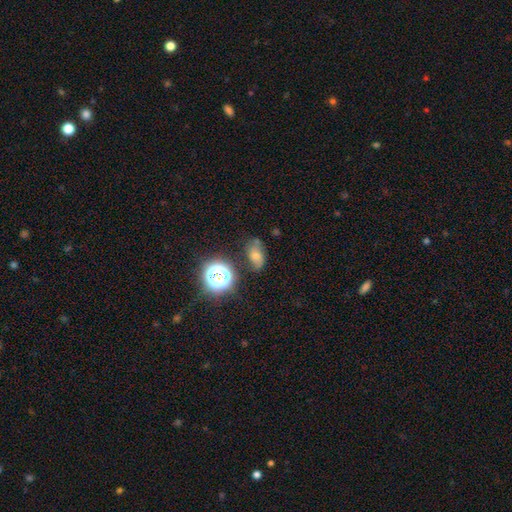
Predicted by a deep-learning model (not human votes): This is possibly a smooth galaxy (57%). How rounded: likely in between (78%). Merging: likely none (62%).